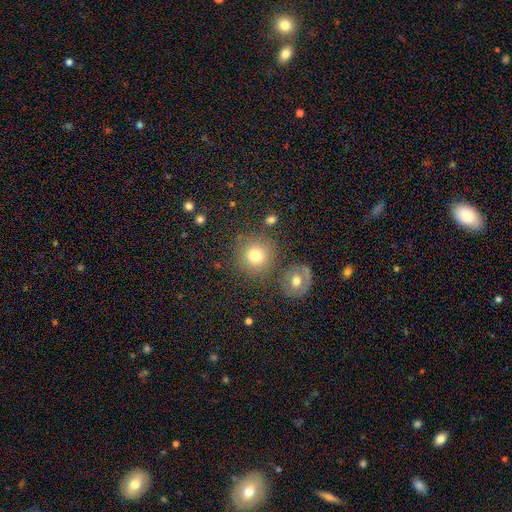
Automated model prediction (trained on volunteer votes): Smooth or featured: smooth — 79% (star or artifact — 13%)
How rounded: round — 91% (in between — 8%)
Merging: none — 77% (merger — 11%)